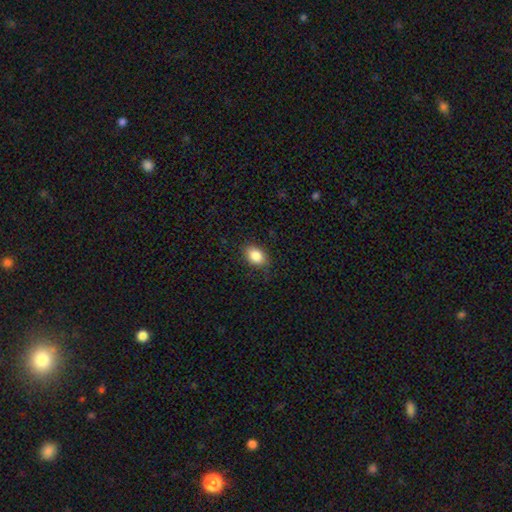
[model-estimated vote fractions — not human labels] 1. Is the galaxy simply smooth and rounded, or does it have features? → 86% smooth, 8% star or artifact, 6% featured or disk.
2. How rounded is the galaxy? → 80% in between, 18% round, 1% cigar-shaped.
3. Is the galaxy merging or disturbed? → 84% none, 12% minor disturbance, 3% major disturbance, 1% merger.